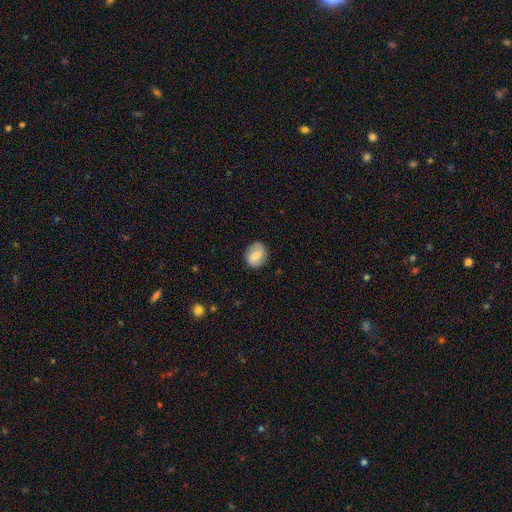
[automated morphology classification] Overall: smooth (74%). How rounded: round (62%; in between 36%). Merging: none (83%).